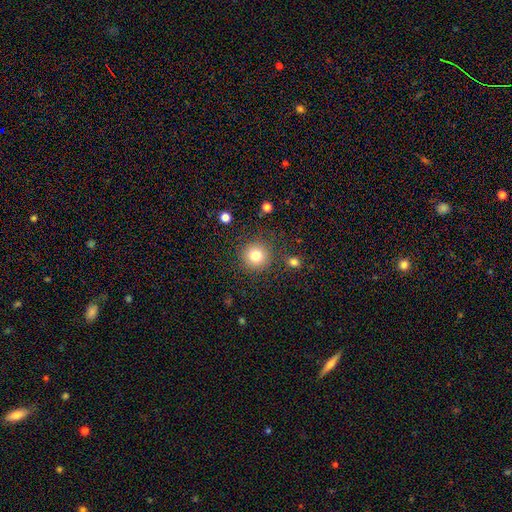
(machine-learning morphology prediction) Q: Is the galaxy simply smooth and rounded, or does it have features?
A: smooth — 80%.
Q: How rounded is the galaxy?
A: round — 94%.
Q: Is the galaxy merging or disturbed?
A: none — 86%.